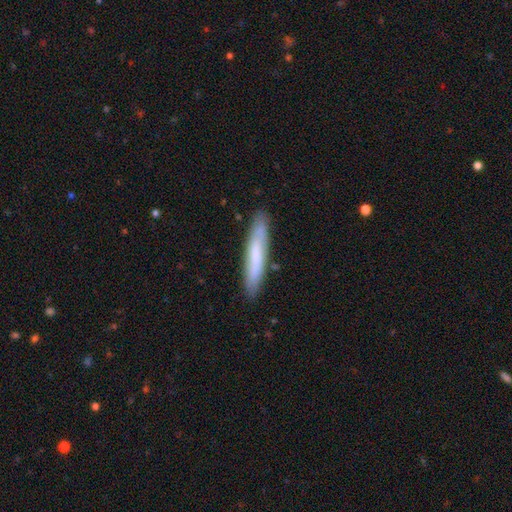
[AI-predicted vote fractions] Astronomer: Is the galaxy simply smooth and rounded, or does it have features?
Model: smooth — 62%.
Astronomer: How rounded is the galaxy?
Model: cigar-shaped — 91%.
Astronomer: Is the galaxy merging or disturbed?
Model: none — 86%.